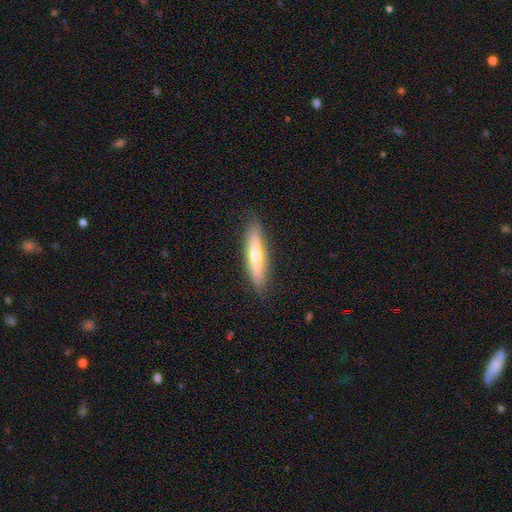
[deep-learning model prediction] A smooth galaxy with no disk features (52%) that is cigar-shaped (82%). Merging: none (89%).